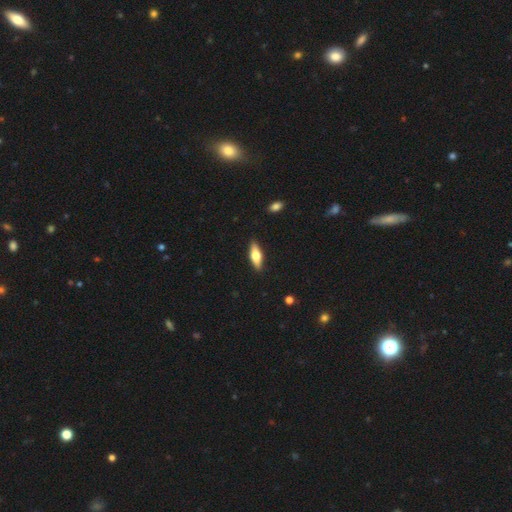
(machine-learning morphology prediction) This appears to be a smooth galaxy with no disk features (57%) that is in between round and cigar-shaped (56%). Merging: none (89%).